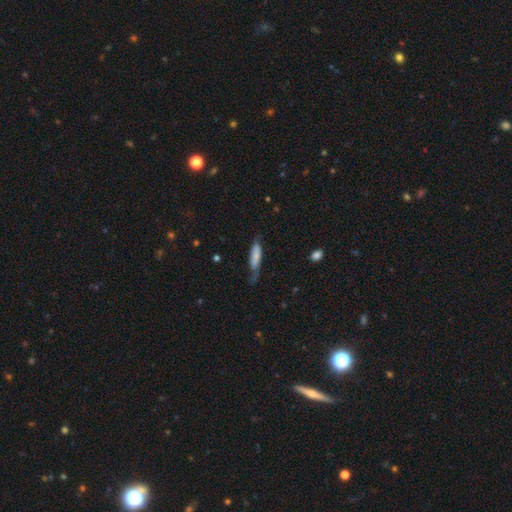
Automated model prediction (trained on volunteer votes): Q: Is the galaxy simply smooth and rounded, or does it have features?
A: smooth — 69%.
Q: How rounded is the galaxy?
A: cigar-shaped — 61%.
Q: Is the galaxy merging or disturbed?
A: none — 45%.